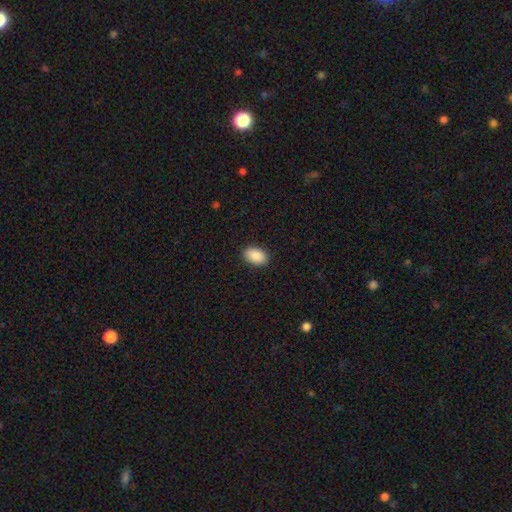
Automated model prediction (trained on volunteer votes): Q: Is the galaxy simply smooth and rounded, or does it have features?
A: smooth — 90%.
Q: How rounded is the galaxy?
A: in between — 91%.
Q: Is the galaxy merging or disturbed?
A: none — 89%.